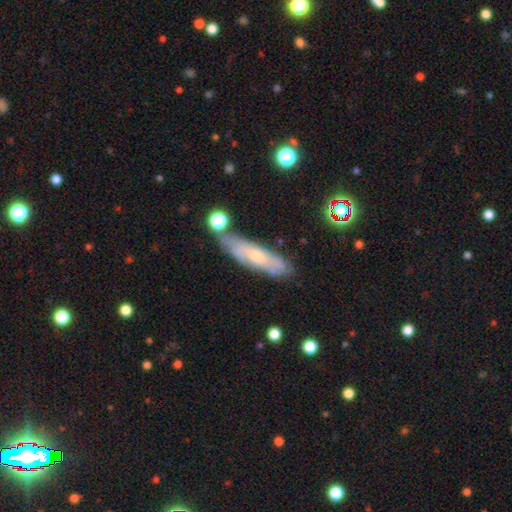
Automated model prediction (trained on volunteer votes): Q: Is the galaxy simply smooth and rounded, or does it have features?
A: featured or disk — 48%.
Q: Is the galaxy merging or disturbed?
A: none — 69%.